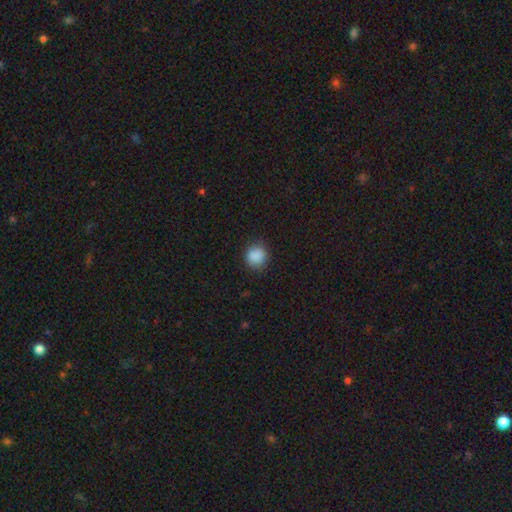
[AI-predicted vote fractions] Smooth or featured? smooth (88%)
How rounded? round (85%)
Merging? none (84%)